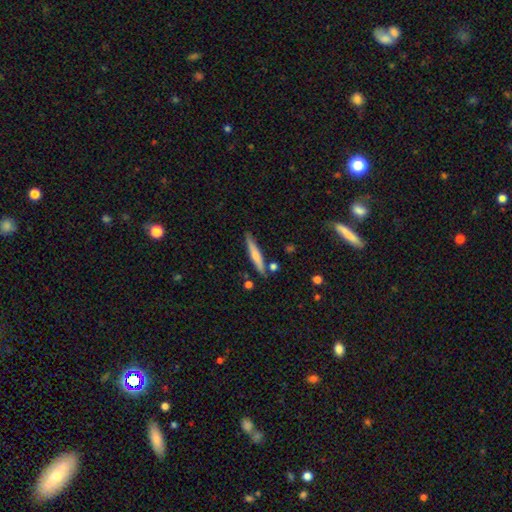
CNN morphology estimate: Smooth or featured? smooth (57%)
How rounded? cigar-shaped (92%)
Merging? none (83%)